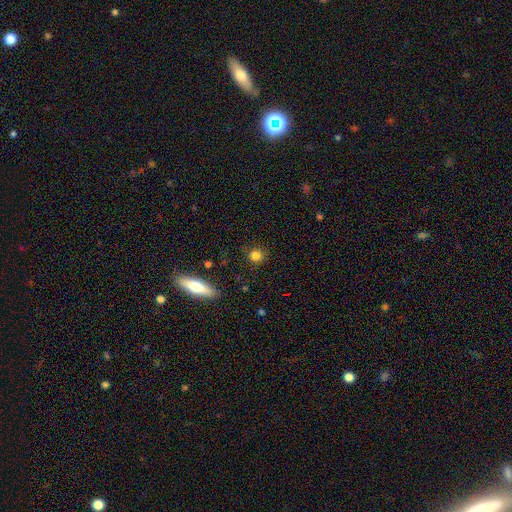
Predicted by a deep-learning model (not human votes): smooth-or-featured: smooth: 82% | star or artifact: 11% | featured or disk: 7%
  how-rounded: round: 86% | in between: 12% | cigar-shaped: 2%
  merging: none: 86% | minor disturbance: 9% | major disturbance: 3% | merger: 2%